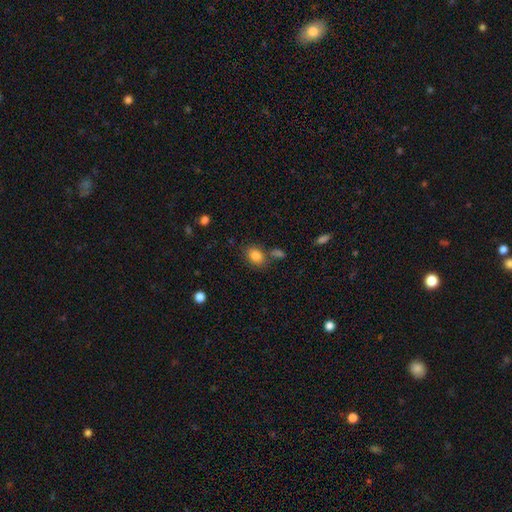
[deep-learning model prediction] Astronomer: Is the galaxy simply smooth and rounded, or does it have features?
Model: smooth — 84%.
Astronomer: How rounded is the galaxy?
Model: in between — 66%.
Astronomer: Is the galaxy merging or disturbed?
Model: none — 67%.